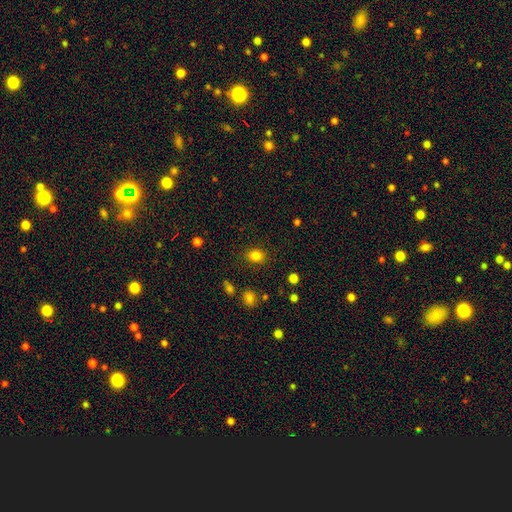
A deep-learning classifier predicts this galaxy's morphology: smooth 83%, star or artifact 12%, featured or disk 5%. Down the decision tree: how rounded — in between (58%); merging — none (84%).